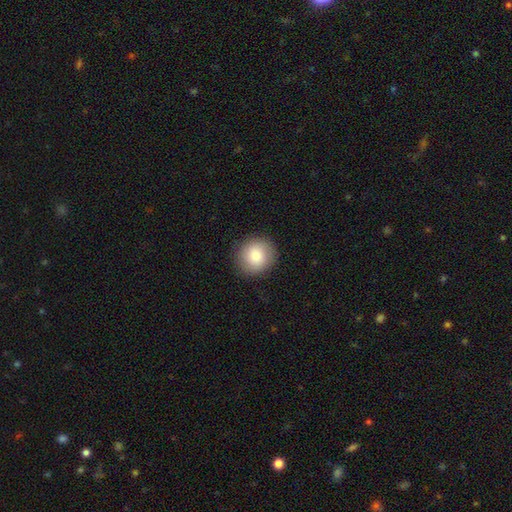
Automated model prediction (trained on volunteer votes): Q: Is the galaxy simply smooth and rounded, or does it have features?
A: smooth — 84%.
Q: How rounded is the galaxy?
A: round — 90%.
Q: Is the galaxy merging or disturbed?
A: none — 89%.